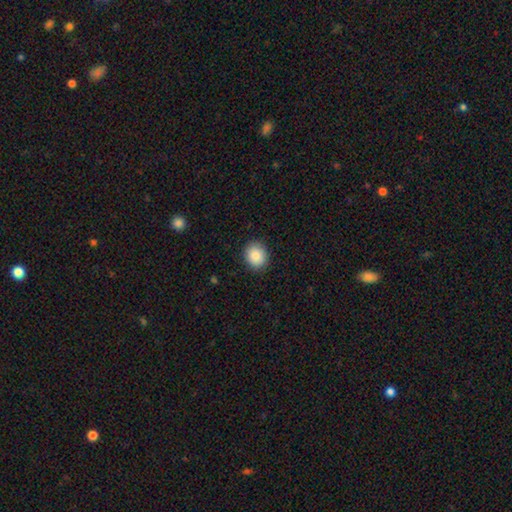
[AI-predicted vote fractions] smooth 86%, star or artifact 8%, featured or disk 5%. Down the decision tree: how rounded — round (72%); merging — none (89%).